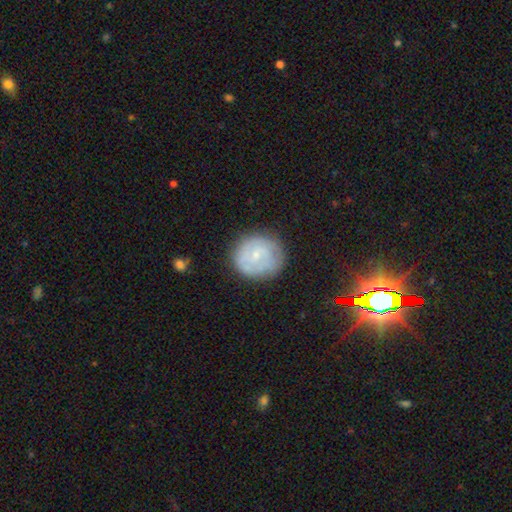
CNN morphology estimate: smooth-or-featured: smooth: 47% | featured or disk: 45% | star or artifact: 8%
  merging: none: 75% | minor disturbance: 17% | major disturbance: 6% | merger: 2%